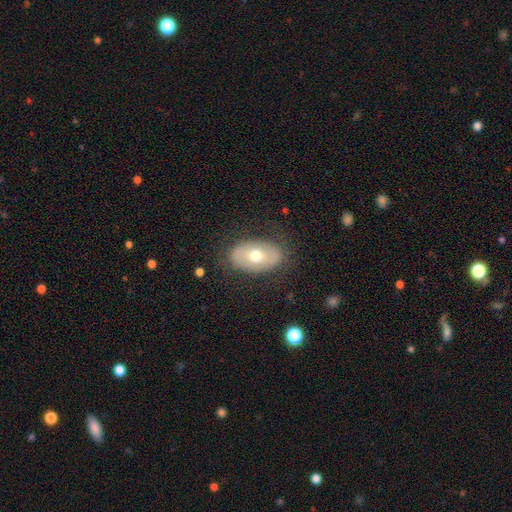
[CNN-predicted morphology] Q: Smooth or featured?
A: smooth (54%); runner-up: featured or disk (39%)
Q: How rounded?
A: in between (89%); runner-up: round (9%)
Q: Merging?
A: none (78%); runner-up: minor disturbance (15%)